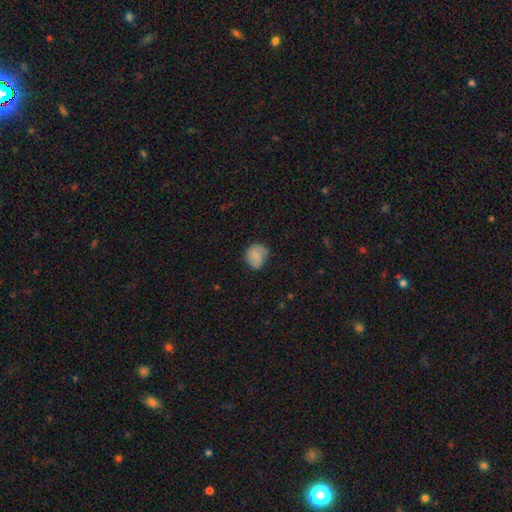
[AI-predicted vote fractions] smooth-or-featured: smooth: 75% | featured or disk: 17% | star or artifact: 8%
  how-rounded: round: 67% | in between: 32% | cigar-shaped: 1%
  merging: none: 59% | minor disturbance: 31% | major disturbance: 8% | merger: 2%